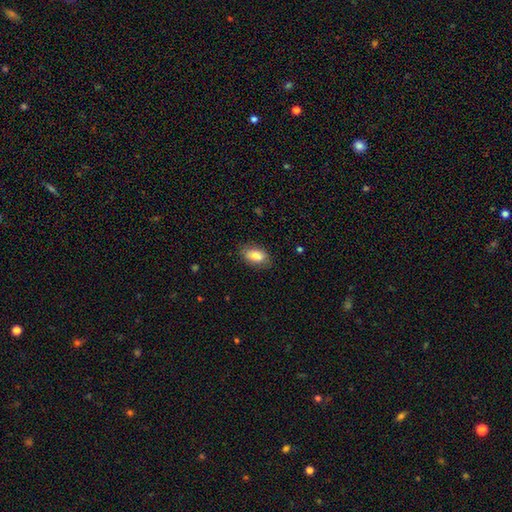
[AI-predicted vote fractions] The model was most divided on "merging": none: 80%, minor disturbance: 15%, major disturbance: 4%, merger: 1%. More confident: how rounded — in between (91%); smooth or featured — smooth (81%).